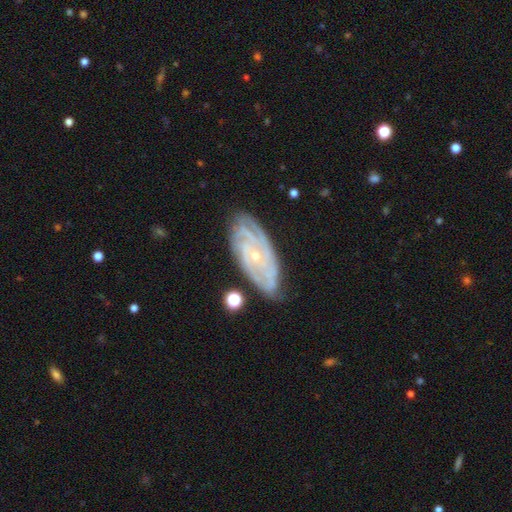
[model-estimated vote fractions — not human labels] This appears to be a featured or disk galaxy (85%) with no bar (72%), tight (75%) spiral arms (96%) and a small central bulge (76%). Merging: none (77%).